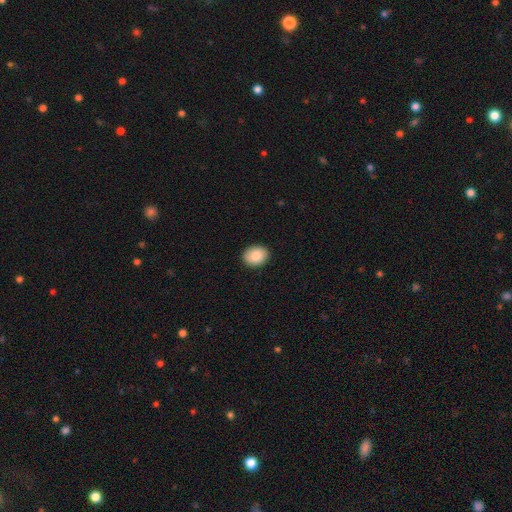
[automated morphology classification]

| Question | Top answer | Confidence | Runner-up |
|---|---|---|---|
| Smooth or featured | smooth | 88% | star or artifact (7%) |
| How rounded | in between | 58% | round (41%) |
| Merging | none | 90% | minor disturbance (7%) |